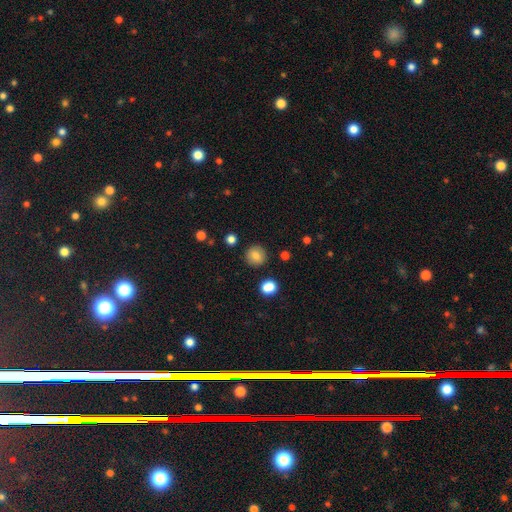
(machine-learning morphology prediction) Smooth or featured?
  - smooth: 81% *
  - star or artifact: 11%
  - featured or disk: 8%
How rounded?
  - round: 92% *
  - in between: 7%
  - cigar-shaped: 1%
Merging?
  - none: 90% *
  - minor disturbance: 6%
  - major disturbance: 2%
  - merger: 2%